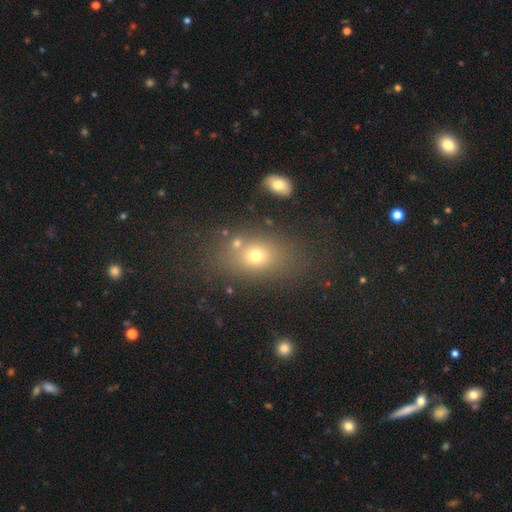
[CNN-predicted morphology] Smooth or featured? smooth (67%)
How rounded? in between (66%)
Merging? none (71%)